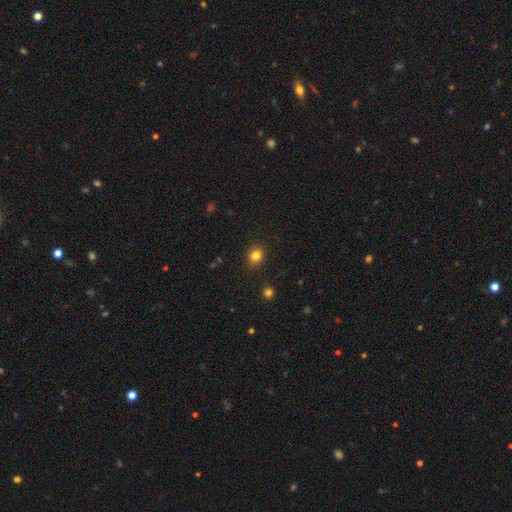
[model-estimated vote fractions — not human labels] smooth_or_featured: smooth (p=0.82) [alt: star or artifact p=0.12]
how_rounded: round (p=0.62) [alt: in between p=0.37]
merging: none (p=0.87) [alt: minor disturbance p=0.09]